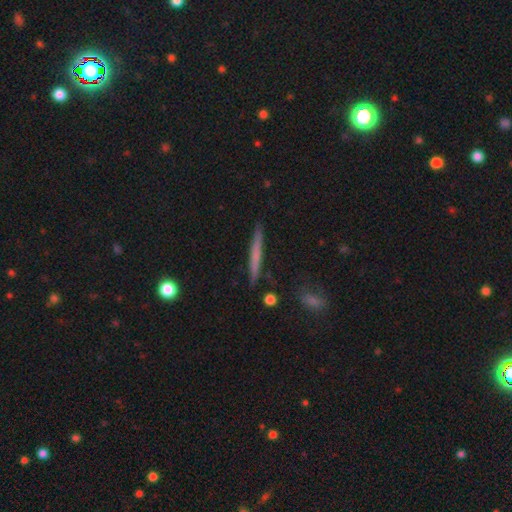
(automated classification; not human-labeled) A smooth galaxy with no disk features (55%) that is cigar-shaped (95%). Merging: none (89%).